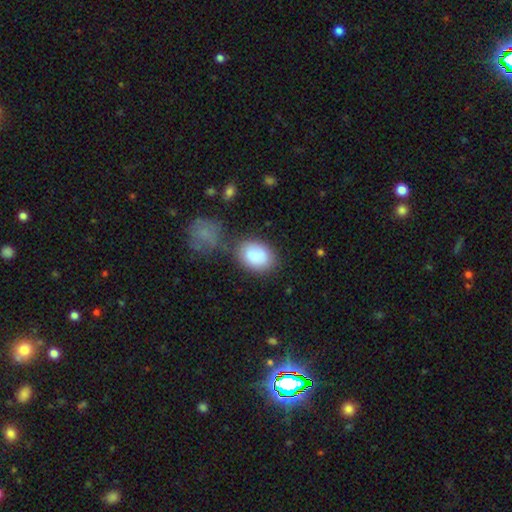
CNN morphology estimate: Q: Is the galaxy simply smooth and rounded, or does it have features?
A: smooth — 86%.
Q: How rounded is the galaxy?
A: in between — 77%.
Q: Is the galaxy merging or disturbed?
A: none — 63%.